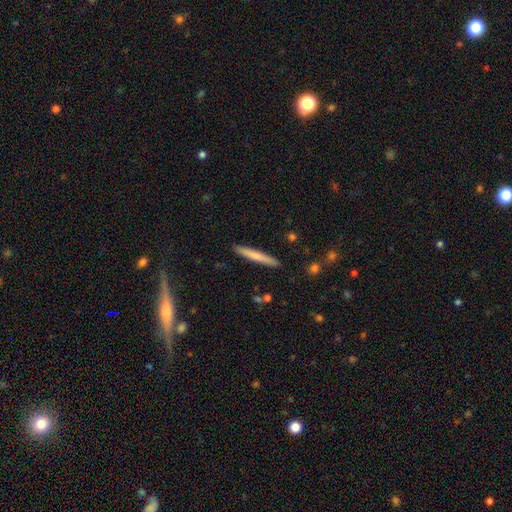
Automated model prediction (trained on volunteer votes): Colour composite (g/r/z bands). It shows a smooth galaxy with no disk features (65%) that is cigar-shaped (96%). Merging: none (91%).